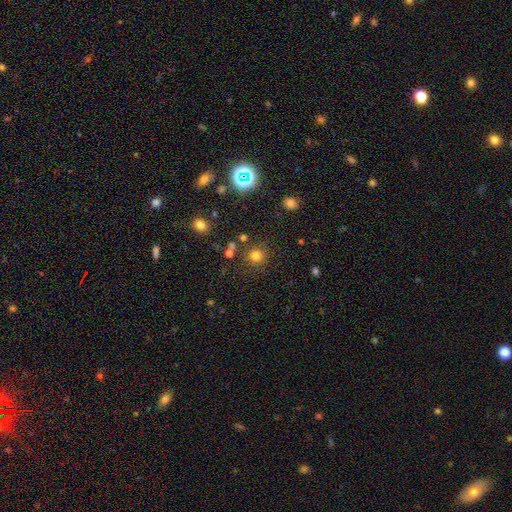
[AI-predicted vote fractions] smooth_or_featured: smooth (p=0.74) [alt: star or artifact p=0.20]
how_rounded: round (p=0.92) [alt: in between p=0.07]
merging: none (p=0.81) [alt: minor disturbance p=0.09]